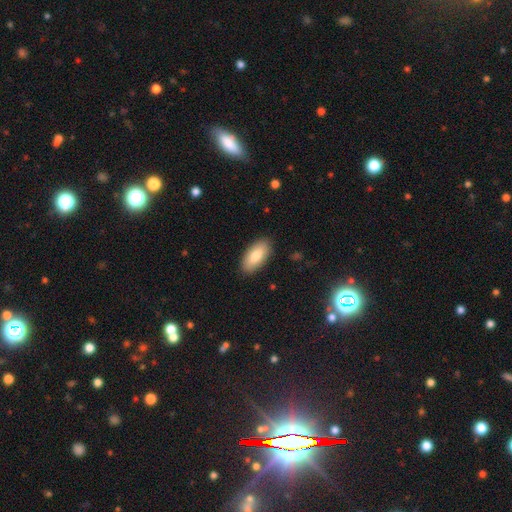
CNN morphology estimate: Q: Smooth or featured?
A: smooth (82%); runner-up: featured or disk (12%)
Q: How rounded?
A: in between (91%); runner-up: cigar-shaped (7%)
Q: Merging?
A: none (88%); runner-up: minor disturbance (9%)